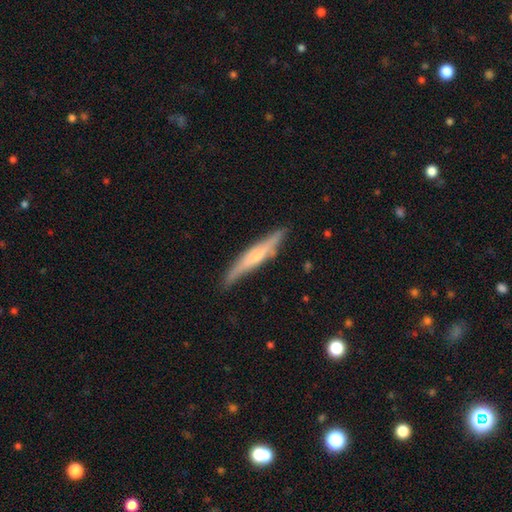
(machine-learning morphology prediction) A featured or disk galaxy (55%) viewed edge-on (93%) with a rounded central bulge (52%).

Vote fractions:
- Smooth or featured? featured or disk: 55% / smooth: 39% / star or artifact: 6%
- Edge-on disk? yes: 93% / no: 7%
- Edge-on bulge? rounded: 52% / none: 29% / boxy: 19%
- Merging? none: 82% / minor disturbance: 14% / major disturbance: 3% / merger: 2%